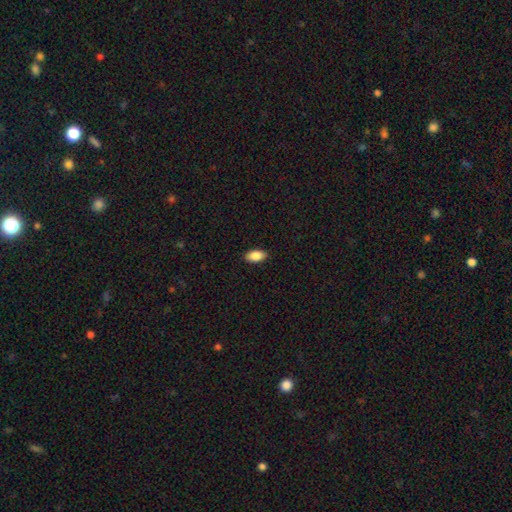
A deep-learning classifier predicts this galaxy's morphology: smooth 88%, star or artifact 7%, featured or disk 5%. Down the decision tree: how rounded — in between (93%); merging — none (90%).